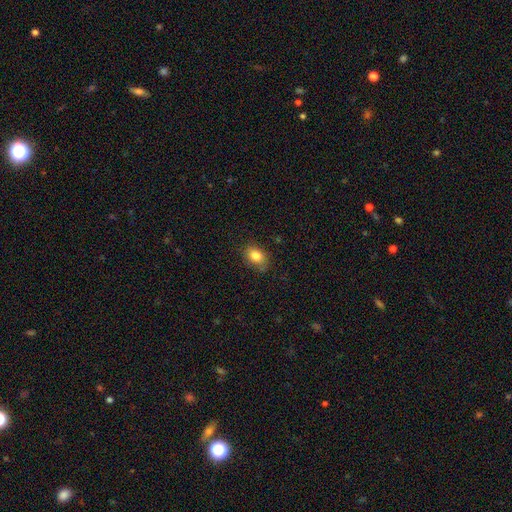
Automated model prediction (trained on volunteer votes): The model was most divided on "how rounded": in between: 69%, round: 29%, cigar-shaped: 1%. More confident: smooth or featured — smooth (83%); merging — none (77%).